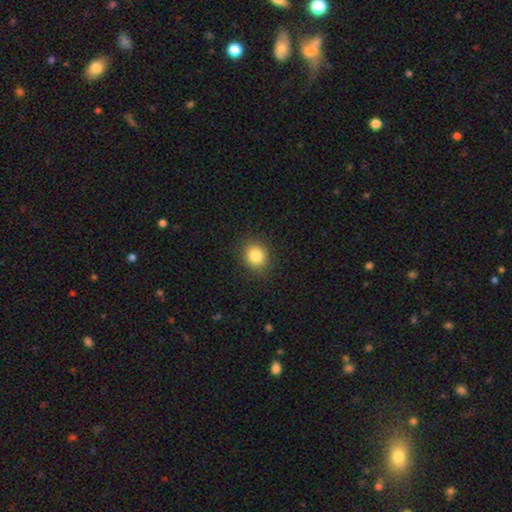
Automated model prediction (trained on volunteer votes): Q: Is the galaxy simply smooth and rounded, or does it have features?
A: smooth — 84%.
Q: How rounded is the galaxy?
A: round — 74%.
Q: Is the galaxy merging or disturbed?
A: none — 89%.